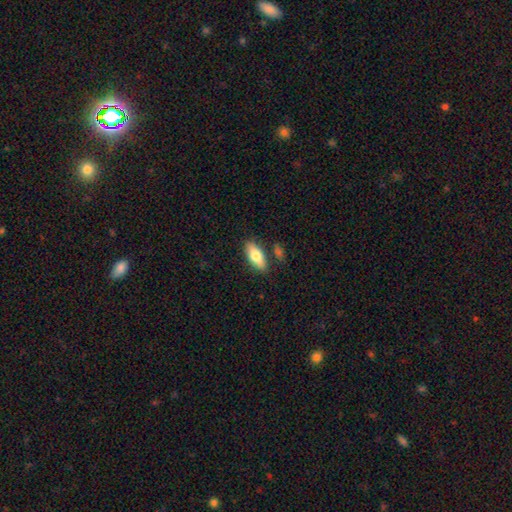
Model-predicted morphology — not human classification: A smooth galaxy with no disk features (75%) that is in between round and cigar-shaped (79%). Merging: none (80%).